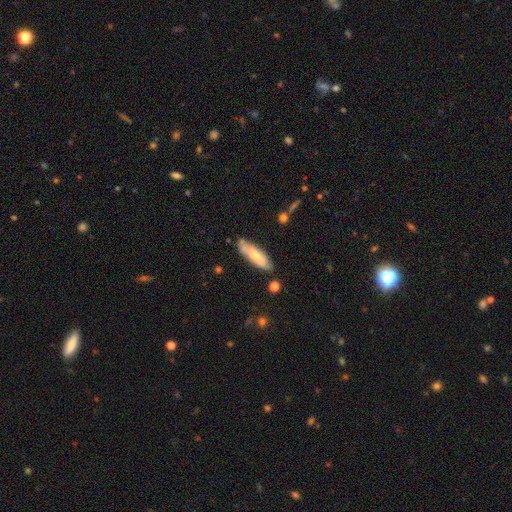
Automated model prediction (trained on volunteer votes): Overall: smooth (68%). How rounded: cigar-shaped (54%; in between 44%). Merging: none (75%).